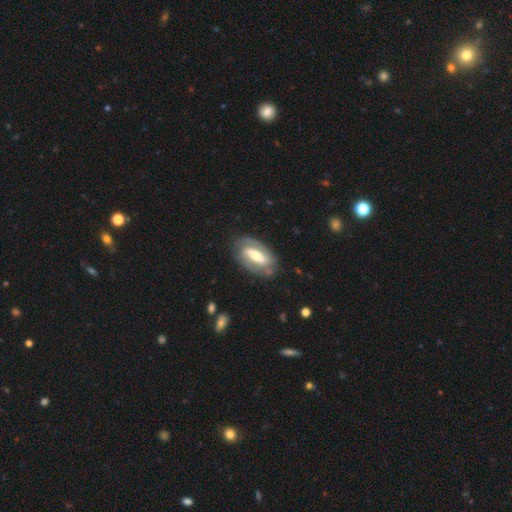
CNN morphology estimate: Smooth or featured?
  - featured or disk: 78% *
  - smooth: 17%
  - star or artifact: 4%
Edge-on disk?
  - no: 92% *
  - yes: 8%
Bar?
  - strong: 60% *
  - weak: 26%
  - no: 14%
Spiral arms?
  - yes: 81% *
  - no: 19%
Spiral winding?
  - tight: 51% *
  - medium: 36%
  - loose: 13%
Spiral arm count?
  - 2: 81% *
  - can't tell: 11%
  - 1: 4%
  - 3: 2%
  - 4: 1%
  - more than 4: 1%
Bulge size?
  - moderate: 59% *
  - small: 27%
  - large: 11%
  - none: 2%
  - dominant: 1%
Merging?
  - none: 80% *
  - minor disturbance: 13%
  - major disturbance: 6%
  - merger: 2%